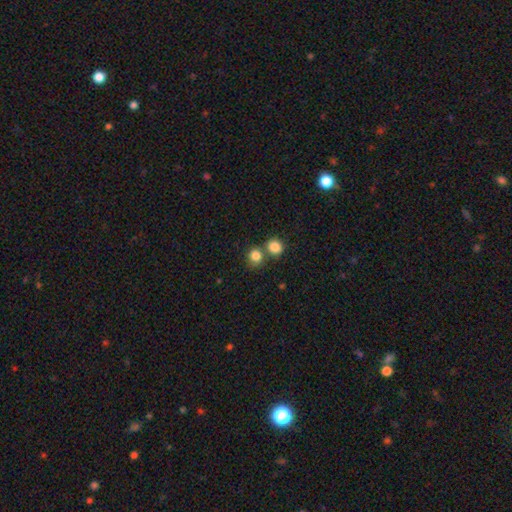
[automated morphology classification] Overall: smooth (83%). How rounded: round (82%). Merging: none (53%; merger 36%).